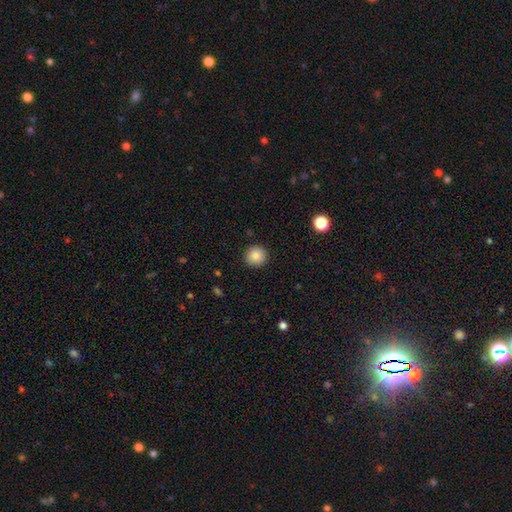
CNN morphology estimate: type=smooth (86%); roundness=round (94%); merging=none (91%).